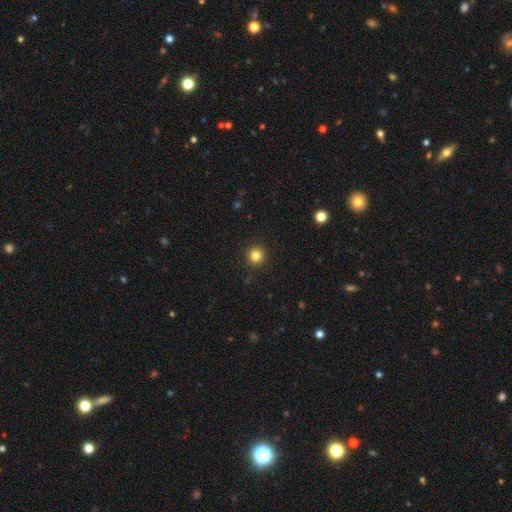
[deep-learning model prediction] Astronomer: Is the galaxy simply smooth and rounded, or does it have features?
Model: smooth — 83%.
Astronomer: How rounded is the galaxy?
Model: round — 95%.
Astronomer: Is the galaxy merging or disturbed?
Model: none — 92%.